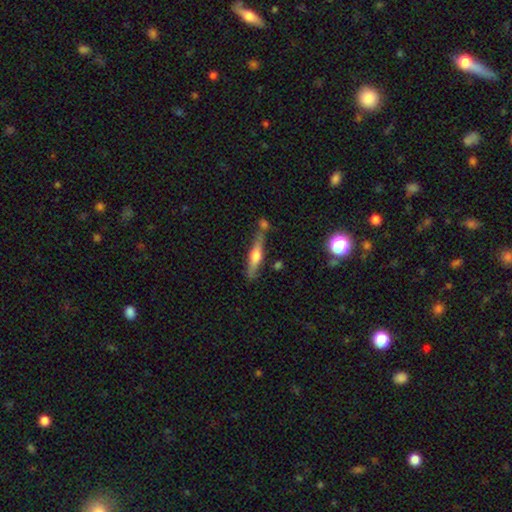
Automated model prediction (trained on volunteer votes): Smooth or featured? Predicted: featured or disk (p=0.50). Edge-on disk? Predicted: yes (p=0.90). Merging? Predicted: none (p=0.67).